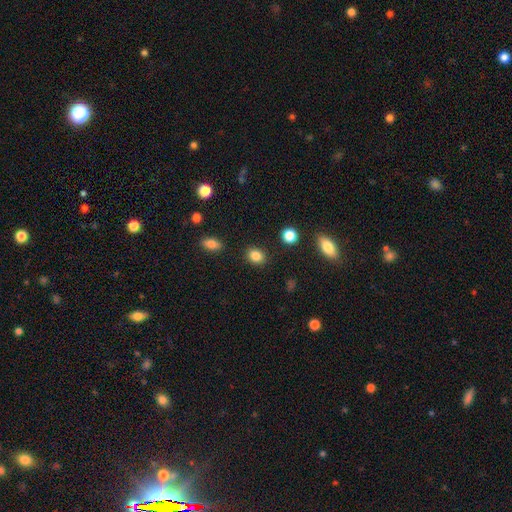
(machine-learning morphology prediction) This appears to be a smooth galaxy with no disk features (85%) that is round (52%). Merging: none (88%).